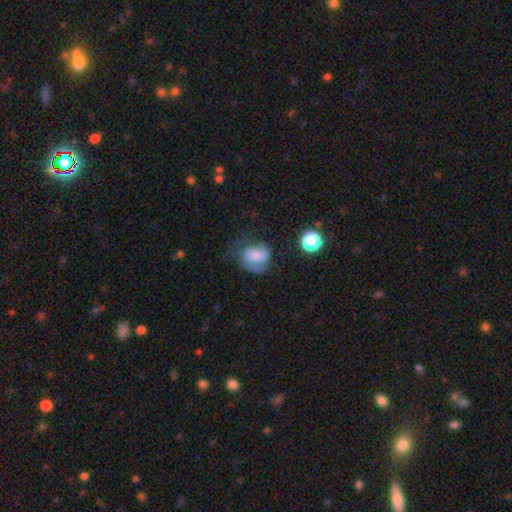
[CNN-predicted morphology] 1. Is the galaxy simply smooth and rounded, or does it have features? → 60% smooth, 29% featured or disk, 11% star or artifact.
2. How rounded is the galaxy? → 51% in between, 48% round, 1% cigar-shaped.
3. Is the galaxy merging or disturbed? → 36% major disturbance, 33% none, 28% minor disturbance, 3% merger.